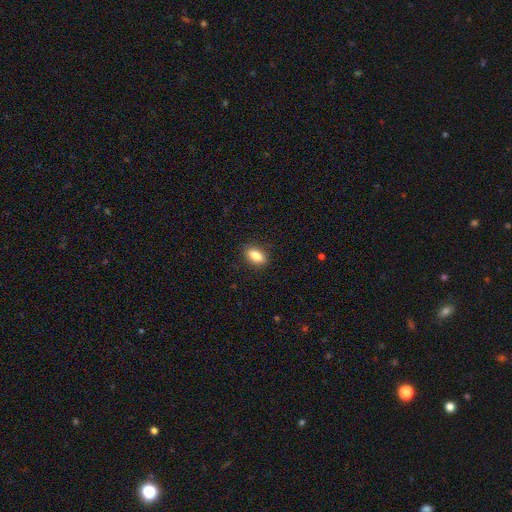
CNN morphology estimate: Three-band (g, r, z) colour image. It shows a smooth galaxy with no disk features (85%) that is in between round and cigar-shaped (87%). Merging: none (88%).